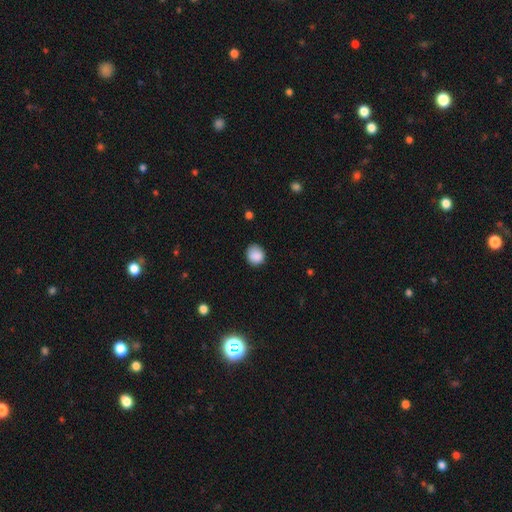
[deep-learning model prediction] Smooth or featured? smooth (88%)
How rounded? round (76%)
Merging? none (76%)